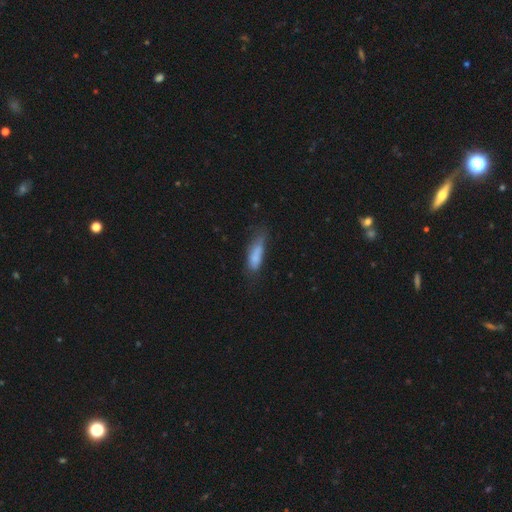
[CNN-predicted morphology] Q: Smooth or featured?
A: smooth (76%); runner-up: featured or disk (15%)
Q: How rounded?
A: in between (49%); runner-up: cigar-shaped (48%)
Q: Merging?
A: none (41%); runner-up: minor disturbance (34%)